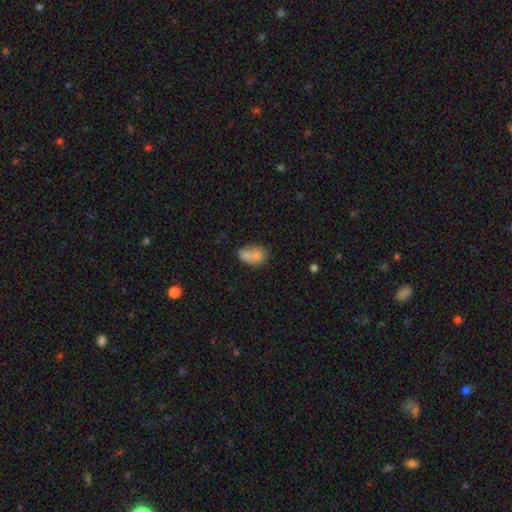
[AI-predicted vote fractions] This is likely a smooth galaxy (74%). How rounded: likely in between (79%). Merging: marginally merger (40%).